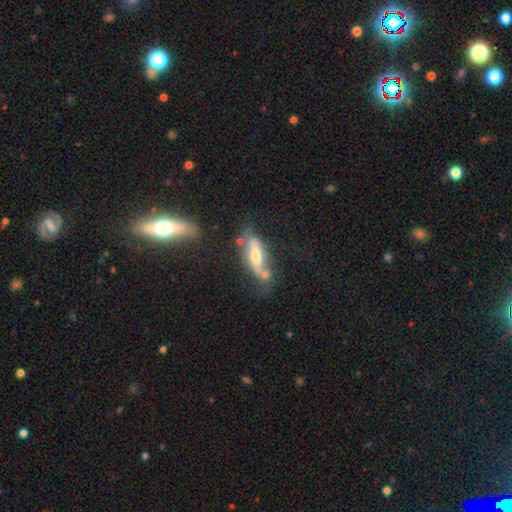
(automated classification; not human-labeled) featured or disk 63%, smooth 29%, star or artifact 7%. Down the decision tree: edge-on disk — yes (52%); merging — none (44%).